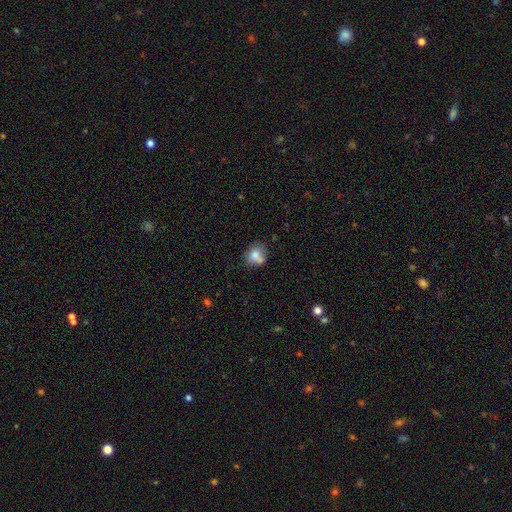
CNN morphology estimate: This appears to be a smooth galaxy with no disk features (77%) that is round (63%). Merging: none (48%).